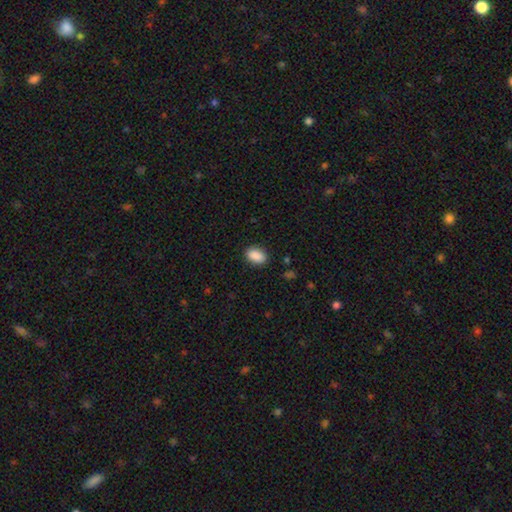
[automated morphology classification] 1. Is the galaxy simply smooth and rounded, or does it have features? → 90% smooth, 7% star or artifact, 3% featured or disk.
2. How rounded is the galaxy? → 88% in between, 10% round, 2% cigar-shaped.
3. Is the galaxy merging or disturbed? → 88% none, 8% minor disturbance, 2% major disturbance, 1% merger.